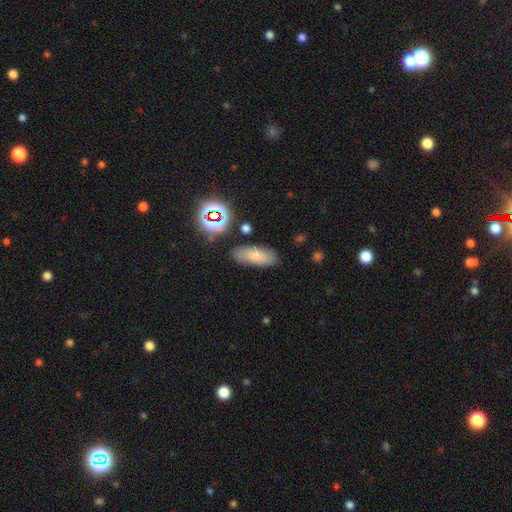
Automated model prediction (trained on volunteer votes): Morphology: type=smooth (74%); roundness=in between (77%); merging=none (80%).